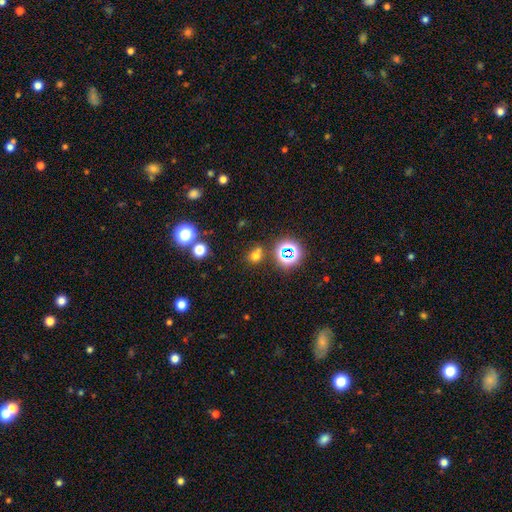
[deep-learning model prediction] smooth_or_featured: smooth (p=0.63) [alt: star or artifact p=0.30]
how_rounded: round (p=0.71) [alt: in between p=0.28]
merging: none (p=0.68) [alt: merger p=0.14]